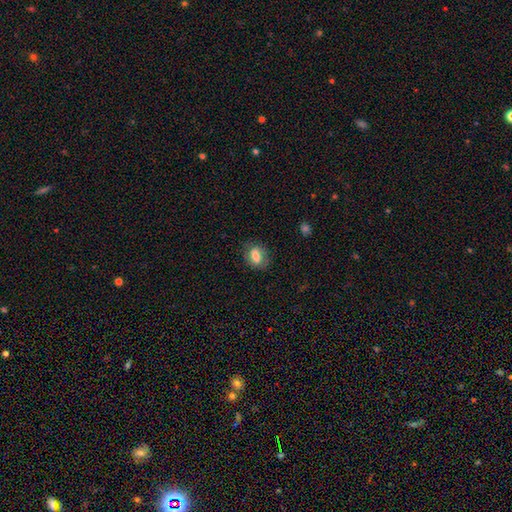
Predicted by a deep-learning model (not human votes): This appears to be a smooth galaxy with no disk features (70%) that is in between round and cigar-shaped (75%). Merging: none (74%).